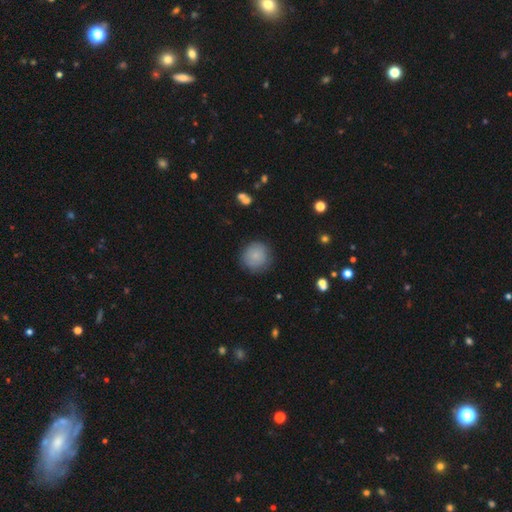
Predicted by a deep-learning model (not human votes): Q: Smooth or featured?
A: smooth (82%); runner-up: featured or disk (9%)
Q: How rounded?
A: round (93%); runner-up: in between (6%)
Q: Merging?
A: none (82%); runner-up: minor disturbance (13%)